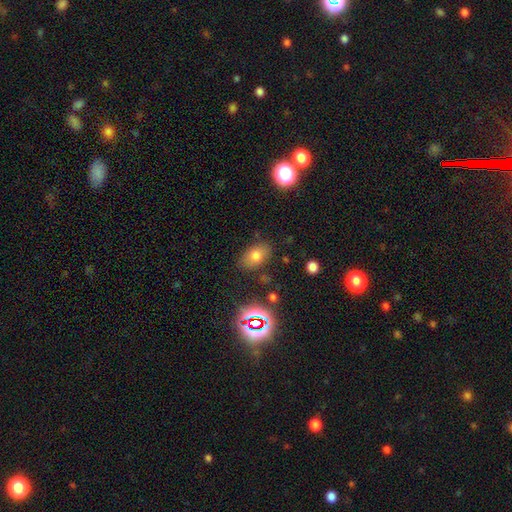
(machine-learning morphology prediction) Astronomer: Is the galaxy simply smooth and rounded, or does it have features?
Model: smooth — 71%.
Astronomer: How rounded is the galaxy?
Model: in between — 84%.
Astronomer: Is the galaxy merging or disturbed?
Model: none — 80%.